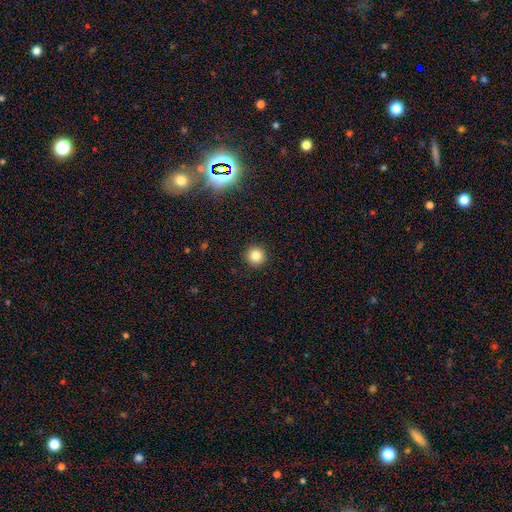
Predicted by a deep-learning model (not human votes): smooth 83%, star or artifact 12%, featured or disk 5%. Down the decision tree: how rounded — round (95%); merging — none (93%).